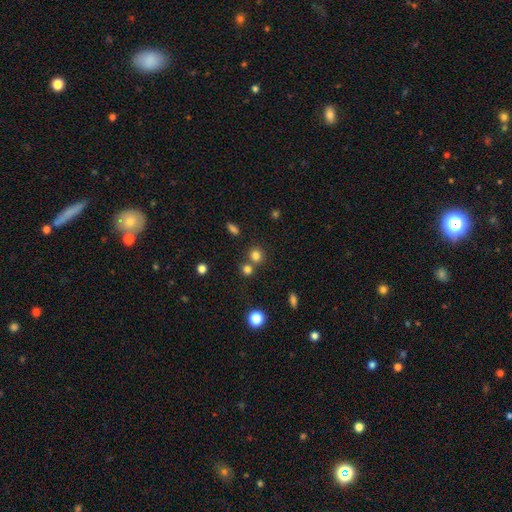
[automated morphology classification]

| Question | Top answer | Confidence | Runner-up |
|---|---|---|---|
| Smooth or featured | smooth | 78% | star or artifact (16%) |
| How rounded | round | 86% | in between (13%) |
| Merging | none | 62% | merger (28%) |